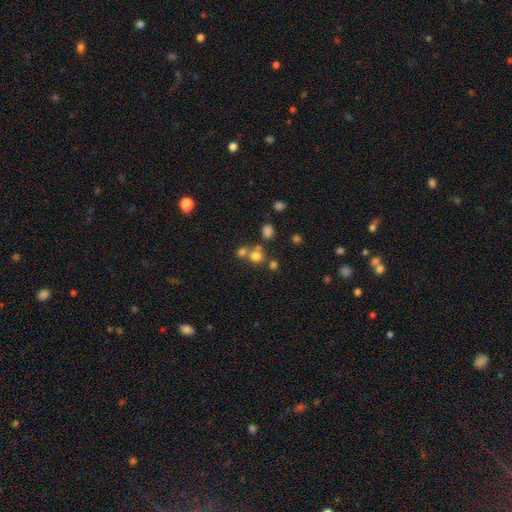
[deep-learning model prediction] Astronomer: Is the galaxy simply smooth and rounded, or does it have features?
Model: smooth — 72%.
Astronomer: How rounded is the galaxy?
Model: round — 85%.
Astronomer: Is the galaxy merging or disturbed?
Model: none — 53% (runner-up: merger, 35%).